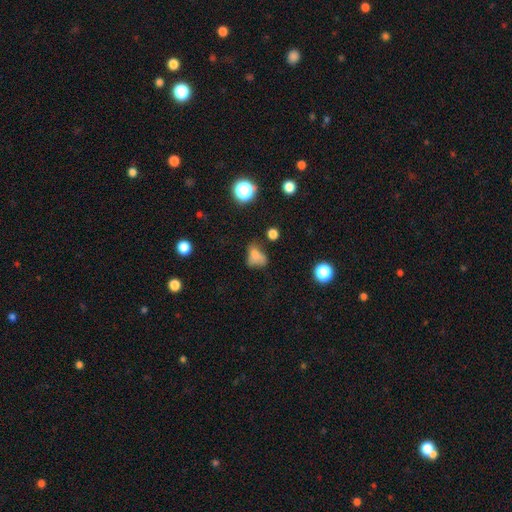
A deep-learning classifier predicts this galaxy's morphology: Smooth or featured? Predicted: smooth (p=0.67). How rounded? Predicted: in between (p=0.72). Merging? Predicted: none (p=0.34).